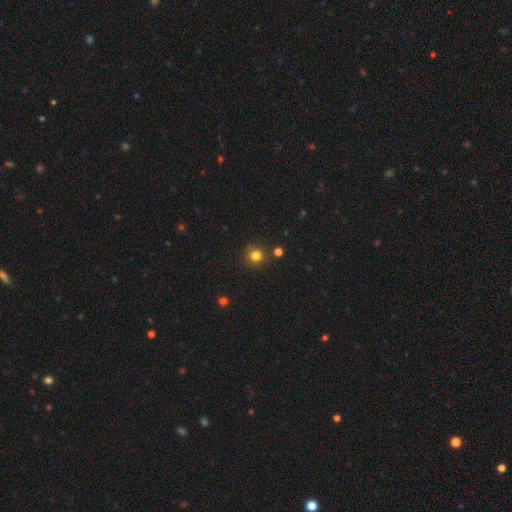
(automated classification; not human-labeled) Morphology: type=smooth (79%); roundness=round (93%); merging=none (87%).